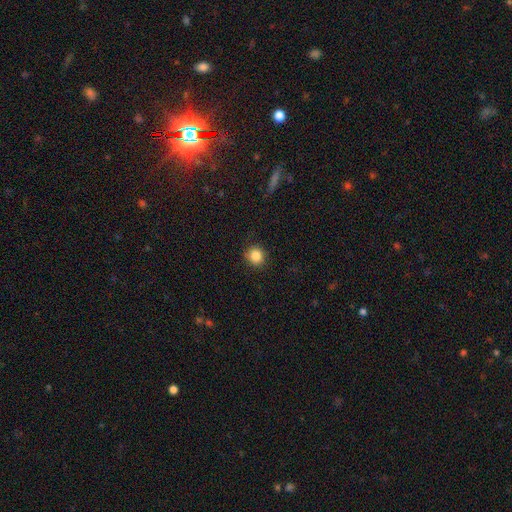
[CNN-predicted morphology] Overall: smooth (86%). How rounded: round (88%). Merging: none (87%).